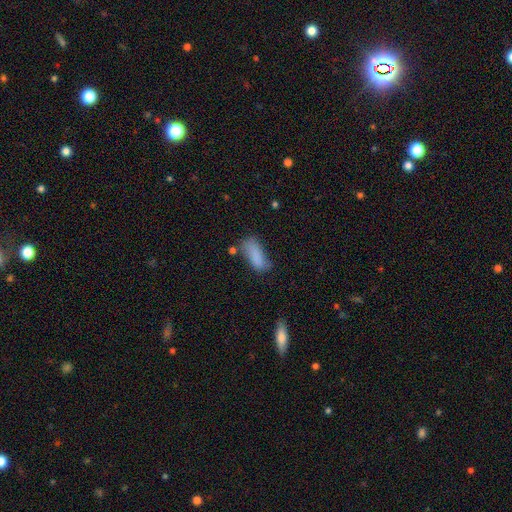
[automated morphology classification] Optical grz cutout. It shows a smooth galaxy with no disk features (81%) that is in between round and cigar-shaped (78%). Merging: none (49%).